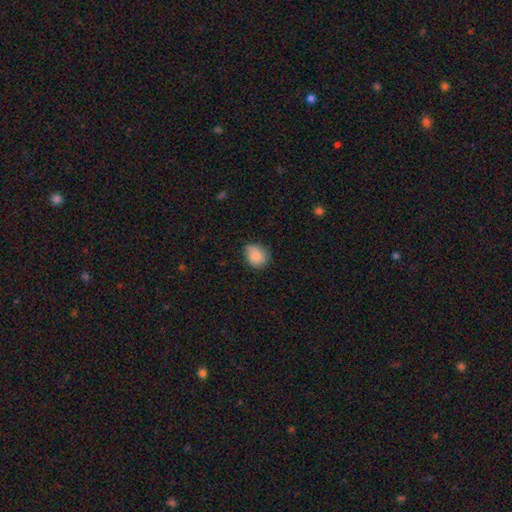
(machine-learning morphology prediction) This is clearly a smooth galaxy (85%). How rounded: possibly round (59%). Merging: likely none (69%).